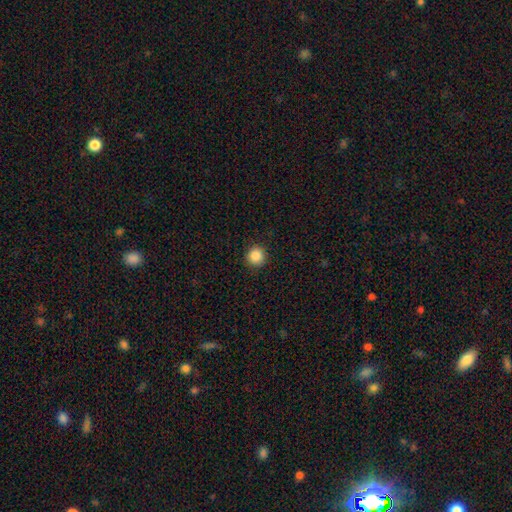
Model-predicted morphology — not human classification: smooth 87%, star or artifact 10%, featured or disk 3%. Down the decision tree: how rounded — round (95%); merging — none (92%).